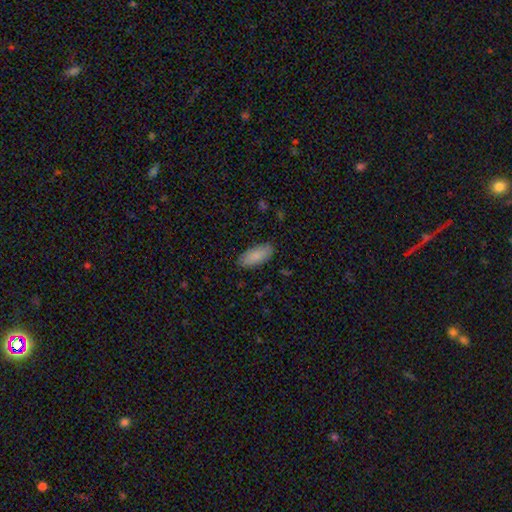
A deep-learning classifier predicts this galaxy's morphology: The model was most divided on "how rounded": in between: 84%, cigar-shaped: 15%, round: 2%. More confident: merging — none (87%); smooth or featured — smooth (86%).